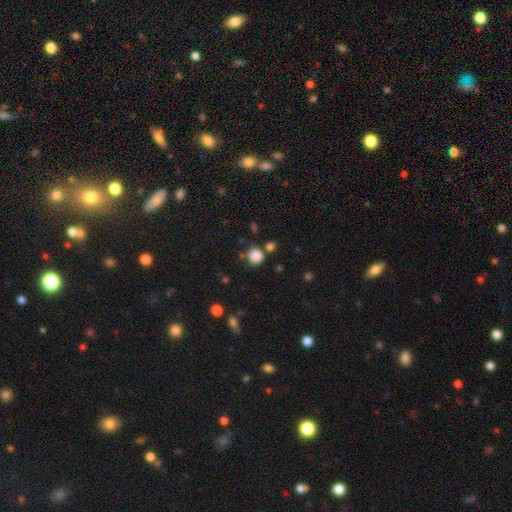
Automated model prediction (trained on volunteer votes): A smooth galaxy with no disk features (85%) that is round (87%).

Vote fractions:
- Smooth or featured? smooth: 85% / star or artifact: 11% / featured or disk: 4%
- How rounded? round: 87% / in between: 12% / cigar-shaped: 1%
- Merging? none: 70% / minor disturbance: 14% / merger: 11% / major disturbance: 5%